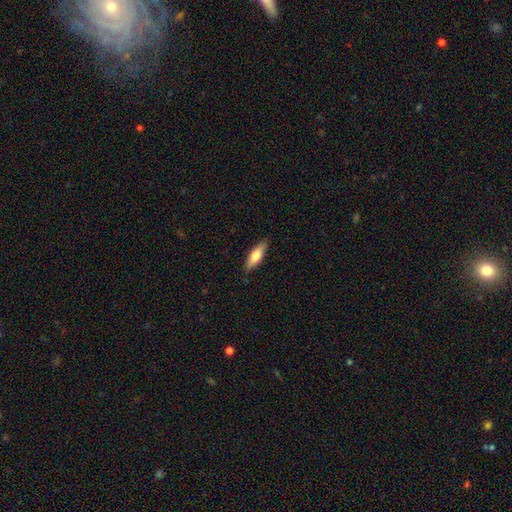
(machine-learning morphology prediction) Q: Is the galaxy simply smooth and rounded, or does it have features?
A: smooth — 69%.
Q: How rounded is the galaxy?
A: in between — 52%.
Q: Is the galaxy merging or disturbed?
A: none — 85%.